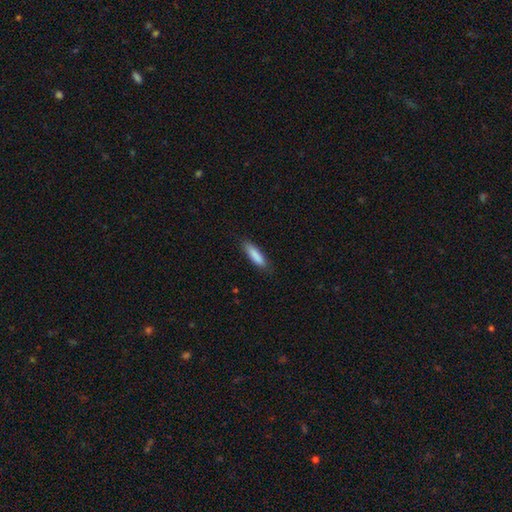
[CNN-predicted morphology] Q: Smooth or featured?
A: smooth (87%); runner-up: featured or disk (7%)
Q: How rounded?
A: cigar-shaped (69%); runner-up: in between (30%)
Q: Merging?
A: none (81%); runner-up: minor disturbance (15%)